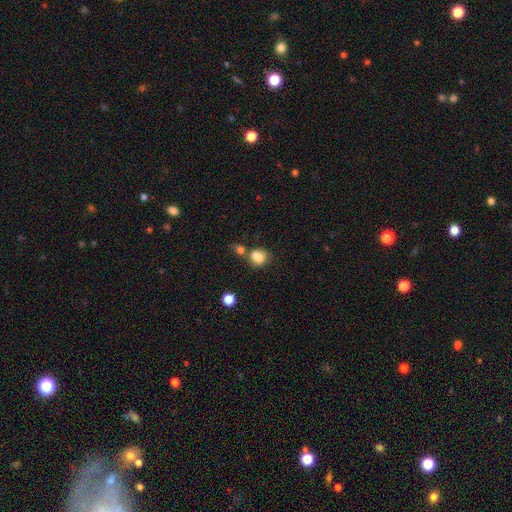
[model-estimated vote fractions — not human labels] The model was most divided on "merging": none: 42%, merger: 36%, minor disturbance: 15%, major disturbance: 7%. More confident: smooth or featured — smooth (80%); how rounded — round (53%).